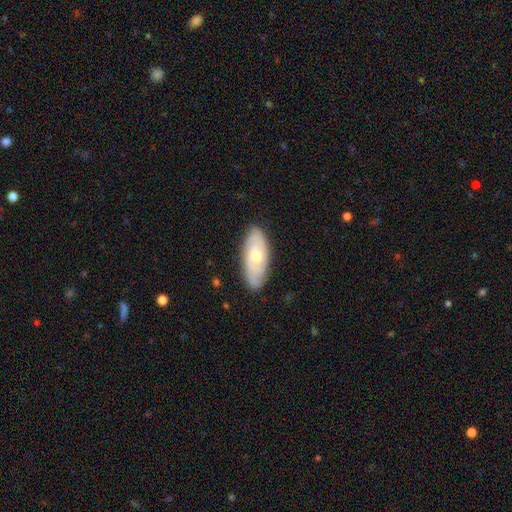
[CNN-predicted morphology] The model was most divided on "smooth or featured": featured or disk: 58%, smooth: 36%, star or artifact: 6%. More confident: merging — none (84%); edge-on disk — no (84%).